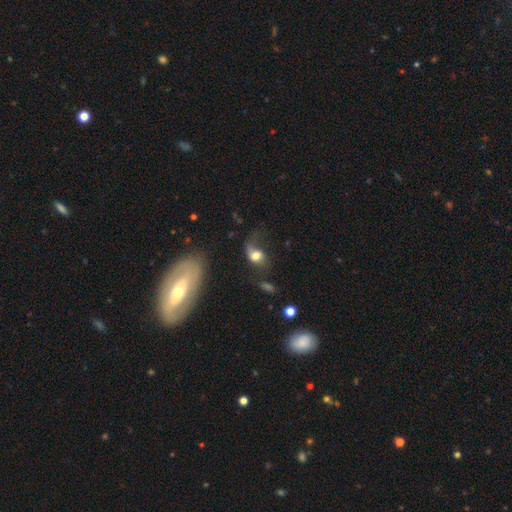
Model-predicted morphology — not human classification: Smooth or featured? Predicted: smooth (p=0.57). How rounded? Predicted: in between (p=0.65). Merging? Predicted: major disturbance (p=0.44).